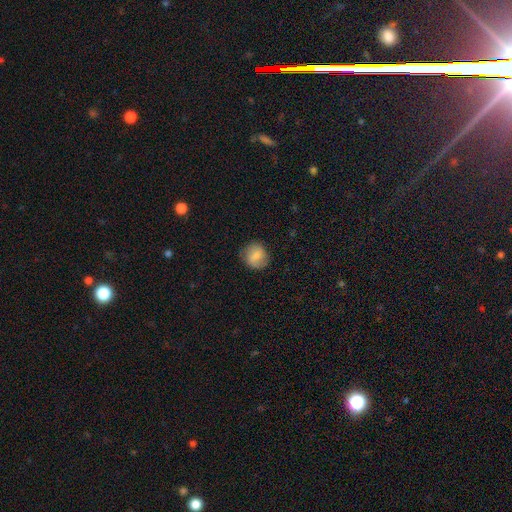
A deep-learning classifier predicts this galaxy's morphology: A smooth galaxy with no disk features (70%) that is round (82%). Merging: none (79%).